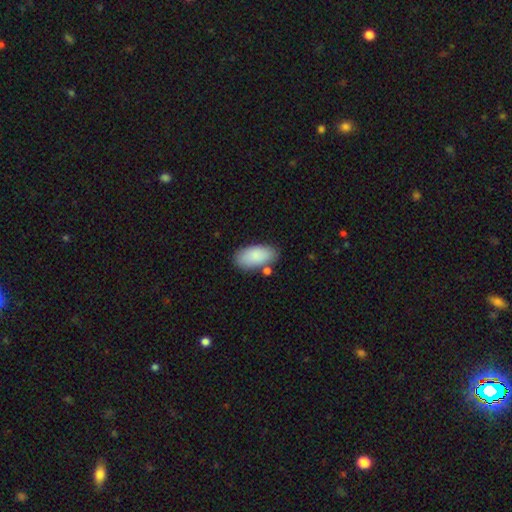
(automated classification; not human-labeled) Smooth or featured: smooth — 87% (featured or disk — 7%)
How rounded: in between — 94% (cigar-shaped — 4%)
Merging: none — 72% (minor disturbance — 15%)